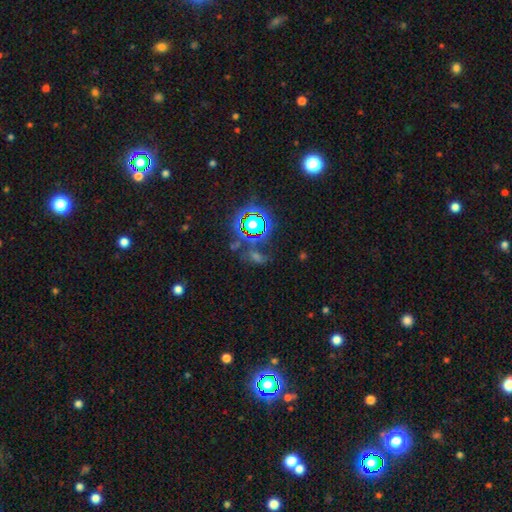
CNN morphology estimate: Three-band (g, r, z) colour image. It shows a star or artifact, not a galaxy (60%).